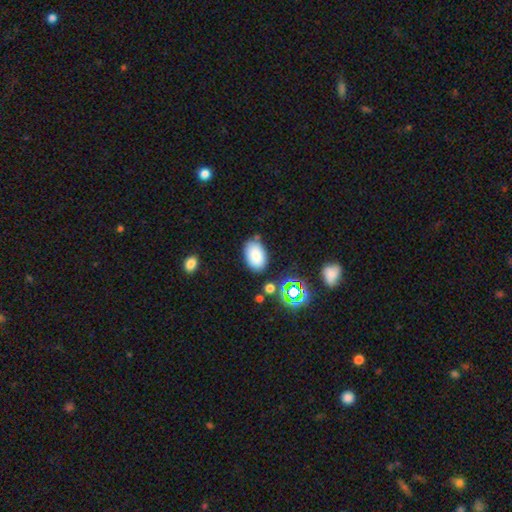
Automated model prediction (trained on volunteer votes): This is clearly a smooth galaxy (82%). How rounded: clearly in between (90%). Merging: likely none (77%).